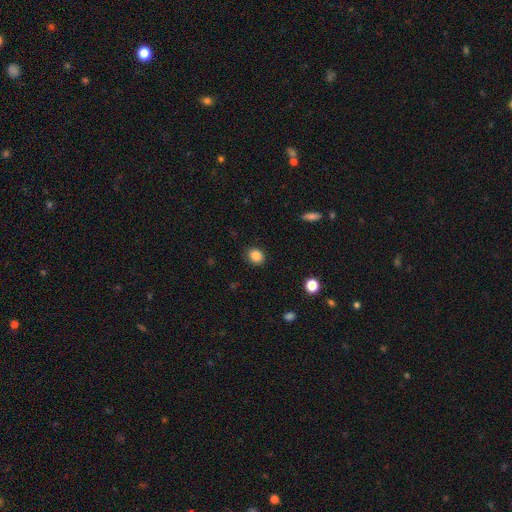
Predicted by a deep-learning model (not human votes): smooth-or-featured: smooth: 85% | star or artifact: 10% | featured or disk: 5%
  how-rounded: round: 59% | in between: 40% | cigar-shaped: 1%
  merging: none: 89% | minor disturbance: 8% | major disturbance: 2% | merger: 1%